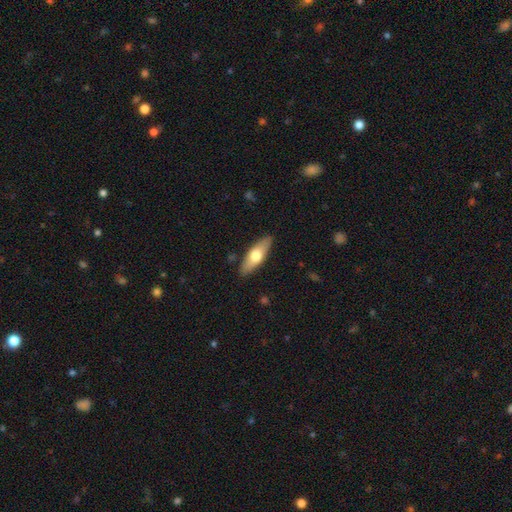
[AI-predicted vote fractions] A smooth galaxy with no disk features (60%) that is in between round and cigar-shaped (58%). Merging: none (88%).